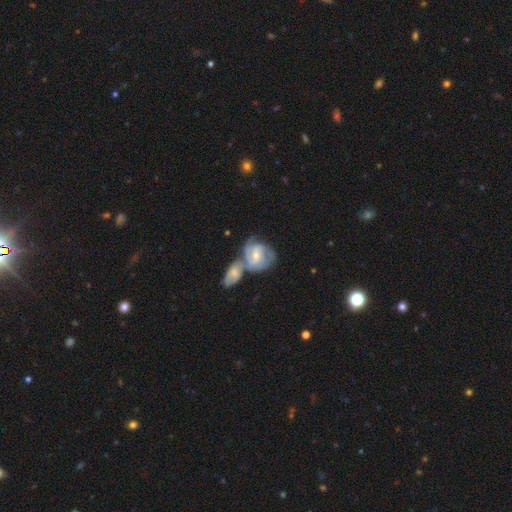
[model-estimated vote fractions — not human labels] The model was most divided on "spiral arm count" (2-way tie): 3: 31%, 2: 31%, can't tell: 25%, 4: 6%, 1: 4%, more than 4: 3%. Remaining: edge-on disk — no (97%); spiral arms — yes (94%); smooth or featured — featured or disk (80%); merging — merger (59%); bar — weak (50%); bulge size — moderate (50%); spiral winding — tight (49%).